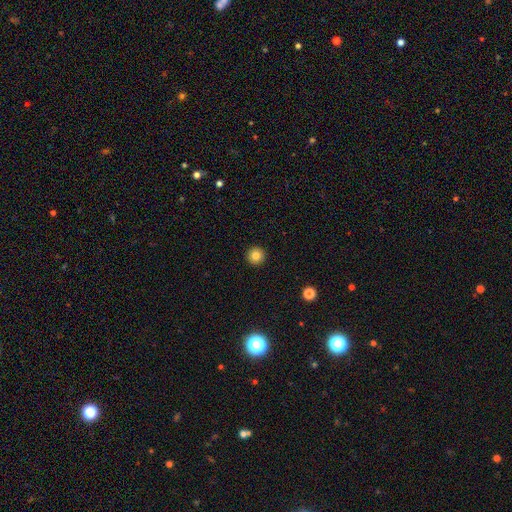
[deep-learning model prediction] This is clearly a smooth galaxy (83%). How rounded: clearly round (96%). Merging: clearly none (94%).